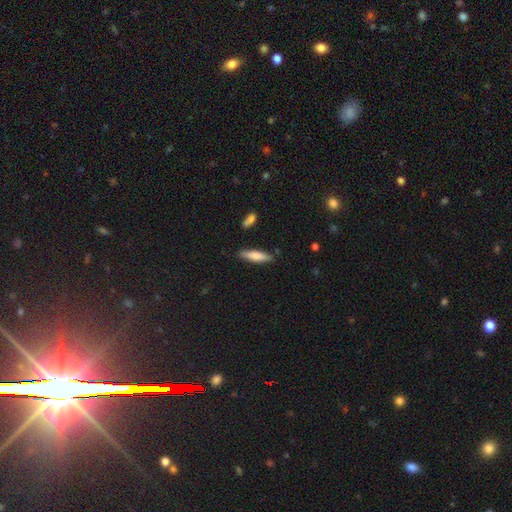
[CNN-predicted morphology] type=smooth (77%); roundness=cigar-shaped (69%); merging=none (84%).